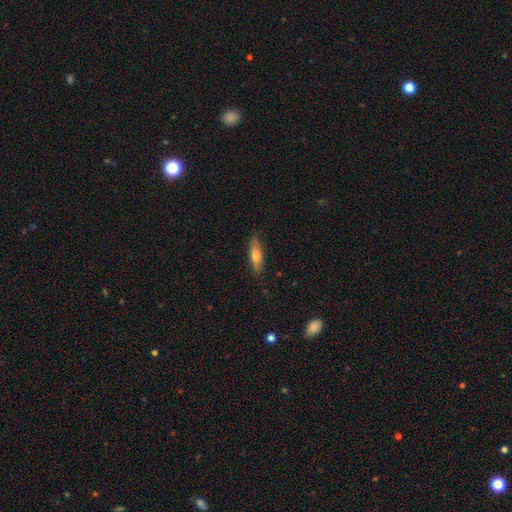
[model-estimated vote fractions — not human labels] smooth-or-featured: smooth: 61% | featured or disk: 32% | star or artifact: 7%
  how-rounded: cigar-shaped: 65% | in between: 33% | round: 2%
  merging: none: 84% | minor disturbance: 12% | major disturbance: 2% | merger: 1%